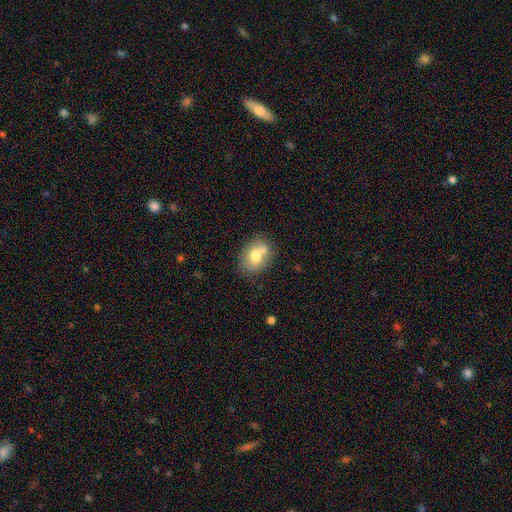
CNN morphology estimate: Smooth or featured?
  - smooth: 69% *
  - featured or disk: 22%
  - star or artifact: 8%
How rounded?
  - in between: 57% *
  - round: 42%
  - cigar-shaped: 1%
Merging?
  - none: 54% *
  - merger: 26%
  - minor disturbance: 15%
  - major disturbance: 4%